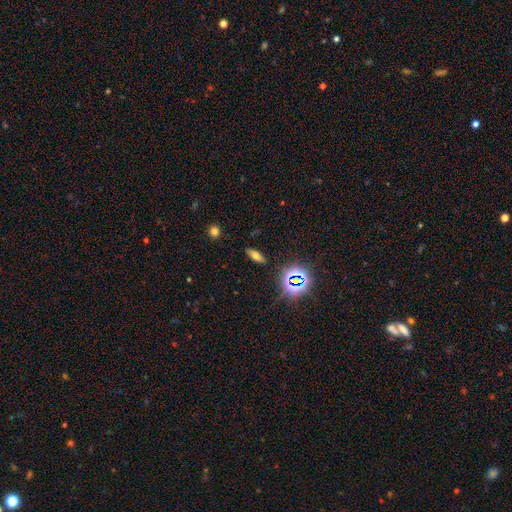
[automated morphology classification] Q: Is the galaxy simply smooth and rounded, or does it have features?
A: smooth — 58%.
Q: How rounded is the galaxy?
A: in between — 60%.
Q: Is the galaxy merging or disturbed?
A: none — 87%.